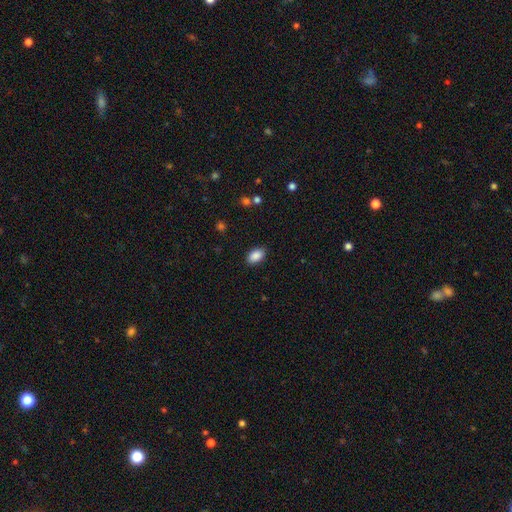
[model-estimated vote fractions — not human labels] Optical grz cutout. It shows a smooth galaxy with no disk features (88%) that is in between round and cigar-shaped (91%). Merging: none (87%).